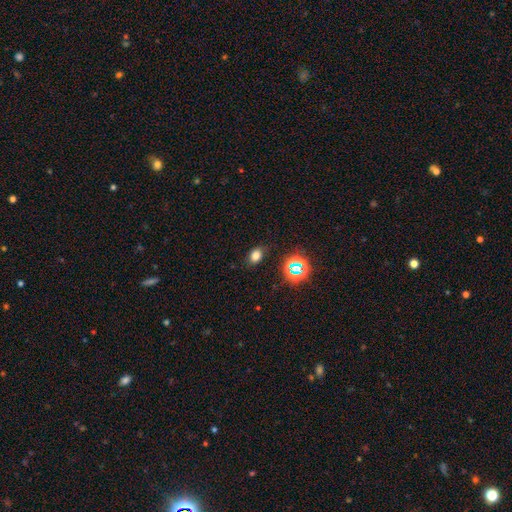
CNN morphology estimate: Overall: smooth (73%). How rounded: in between (73%). Merging: none (79%).